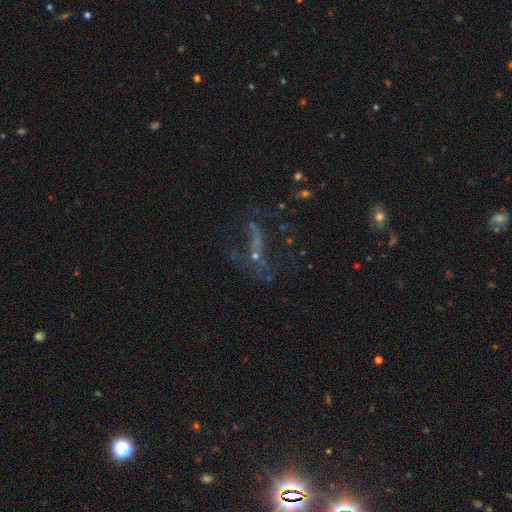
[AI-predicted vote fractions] smooth-or-featured: featured or disk: 49% | star or artifact: 32% | smooth: 20%
  merging: none: 40% | major disturbance: 35% | minor disturbance: 14% | merger: 11%